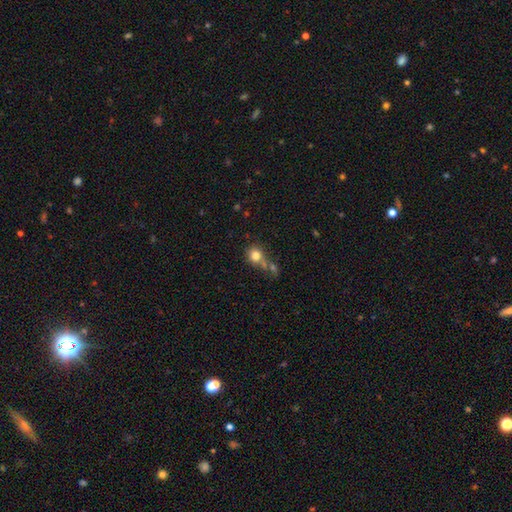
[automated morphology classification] This is likely a smooth galaxy (79%). How rounded: clearly round (80%). Merging: marginally none (44%).